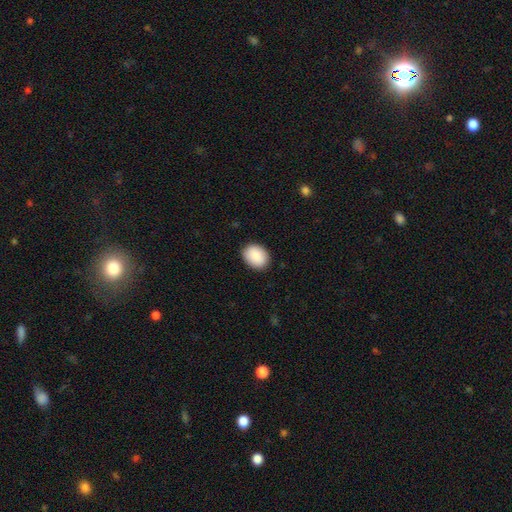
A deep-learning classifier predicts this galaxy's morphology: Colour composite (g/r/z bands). It shows a smooth galaxy with no disk features (88%) that is in between round and cigar-shaped (58%). Merging: none (89%).